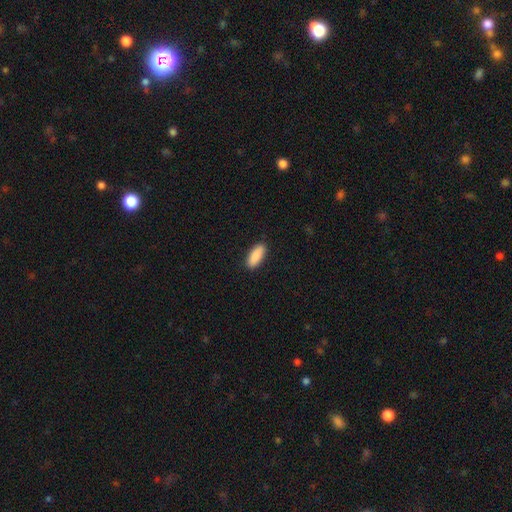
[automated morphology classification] This is clearly a smooth galaxy (90%). How rounded: likely in between (79%). Merging: clearly none (90%).